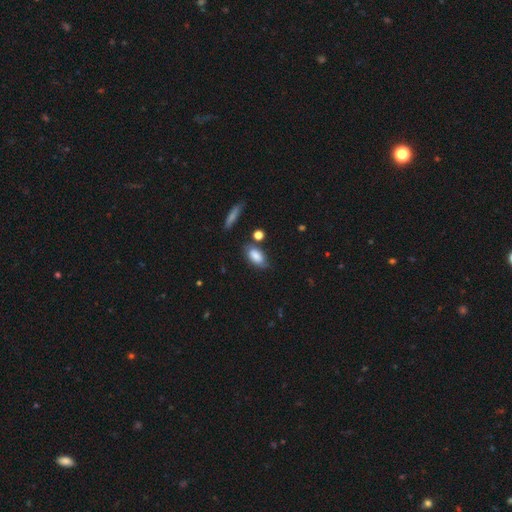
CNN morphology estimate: Smooth or featured? Predicted: smooth (p=0.79). How rounded? Predicted: in between (p=0.88). Merging? Predicted: none (p=0.65).